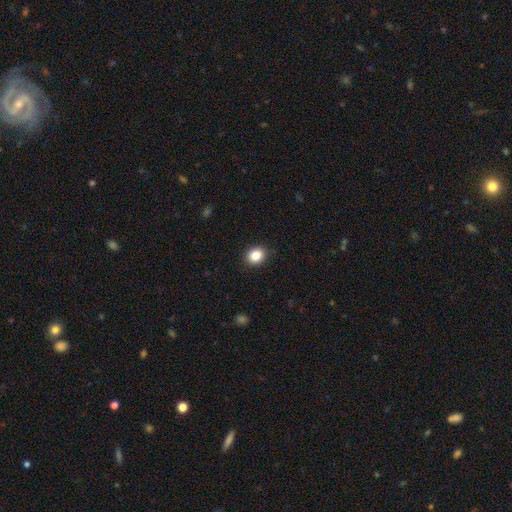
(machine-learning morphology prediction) This is clearly a smooth galaxy (85%). How rounded: likely round (64%). Merging: clearly none (90%).